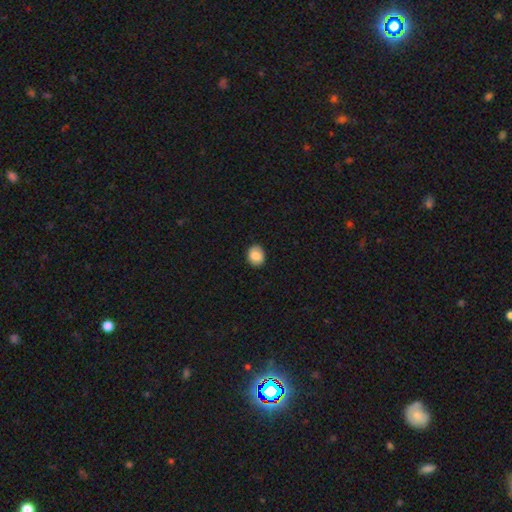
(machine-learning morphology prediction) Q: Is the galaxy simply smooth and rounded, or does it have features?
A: smooth — 84%.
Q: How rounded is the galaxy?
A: round — 57%.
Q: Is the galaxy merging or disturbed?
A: none — 87%.